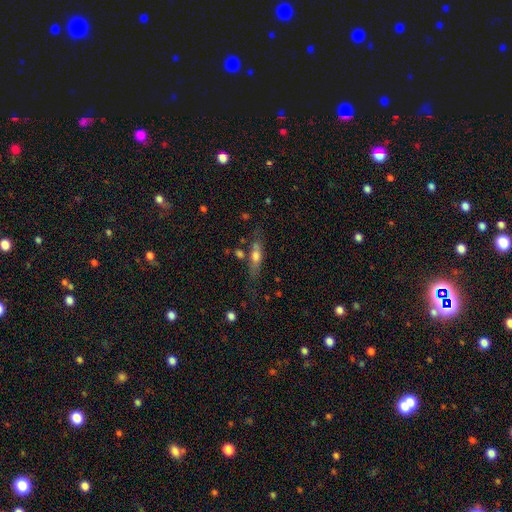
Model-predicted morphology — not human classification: smooth_or_featured: smooth (p=0.50) [alt: featured or disk p=0.41]
how_rounded: cigar-shaped (p=0.61) [alt: in between p=0.34]
merging: none (p=0.63) [alt: minor disturbance p=0.19]